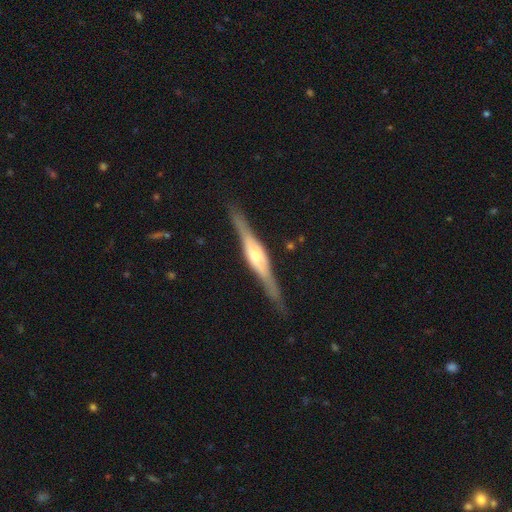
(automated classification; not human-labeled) This appears to be a featured or disk galaxy (81%) viewed edge-on (97%) with a rounded central bulge (79%). Merging: none (86%).